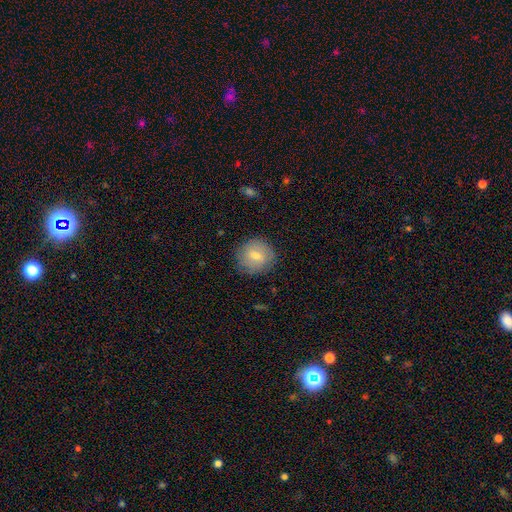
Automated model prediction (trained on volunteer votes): The model was most divided on "smooth or featured": smooth: 67%, featured or disk: 24%, star or artifact: 9%. More confident: how rounded — round (89%); merging — none (85%).